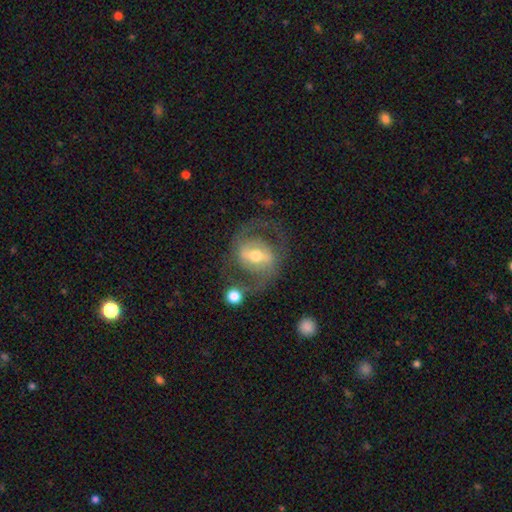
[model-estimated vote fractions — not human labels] featured or disk 75%, smooth 19%, star or artifact 6%. Down the decision tree: edge-on disk — no (95%); bar — strong (48%); spiral arms — yes (73%); spiral arm count — 2 (84%); spiral winding — medium (50%); bulge size — moderate (70%); merging — none (61%).